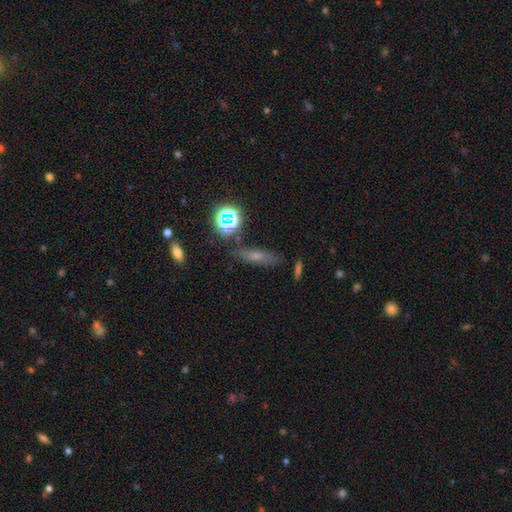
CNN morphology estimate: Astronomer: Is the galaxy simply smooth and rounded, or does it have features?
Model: smooth — 54%.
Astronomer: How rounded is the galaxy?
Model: cigar-shaped — 56% (runner-up: in between, 35%).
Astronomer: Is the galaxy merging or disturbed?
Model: none — 76%.